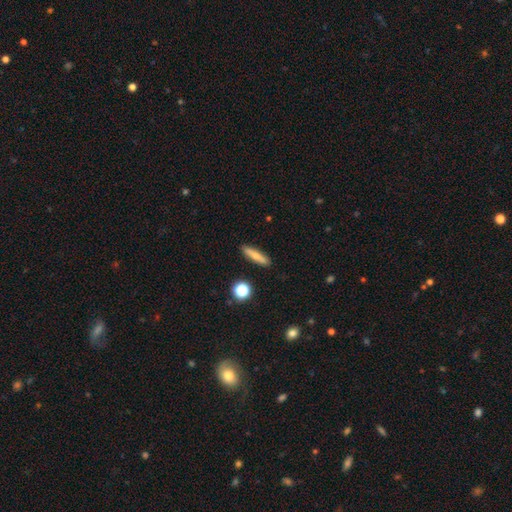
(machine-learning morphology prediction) A smooth galaxy with no disk features (71%) that is cigar-shaped (81%). Merging: none (90%).